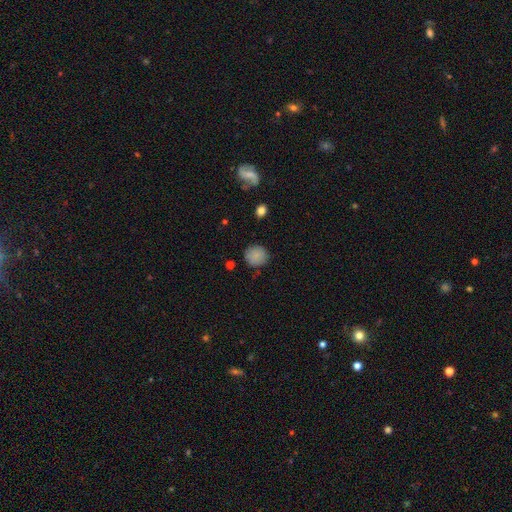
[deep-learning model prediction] smooth_or_featured: smooth (p=0.84) [alt: star or artifact p=0.10]
how_rounded: round (p=0.88) [alt: in between p=0.11]
merging: none (p=0.82) [alt: minor disturbance p=0.13]